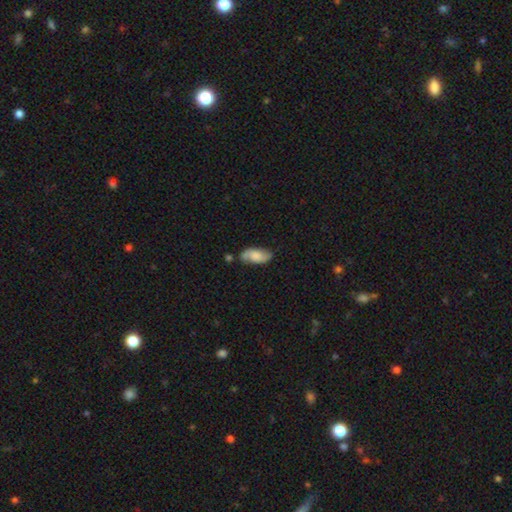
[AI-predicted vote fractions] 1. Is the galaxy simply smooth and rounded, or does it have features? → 49% smooth, 43% featured or disk, 7% star or artifact.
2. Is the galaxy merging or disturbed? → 67% none, 21% minor disturbance, 6% merger, 5% major disturbance.